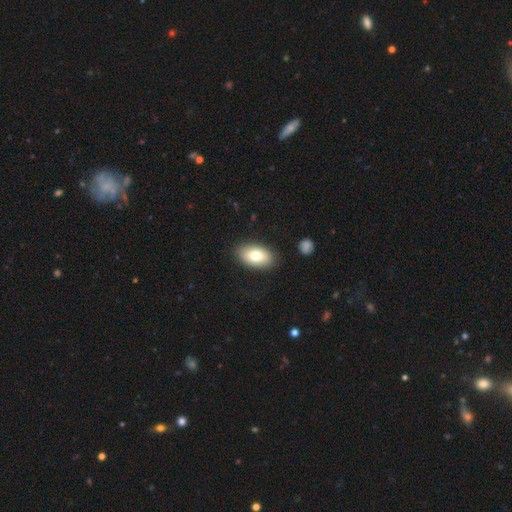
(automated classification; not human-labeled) This appears to be a smooth galaxy with no disk features (76%) that is in between round and cigar-shaped (92%). Merging: none (86%).